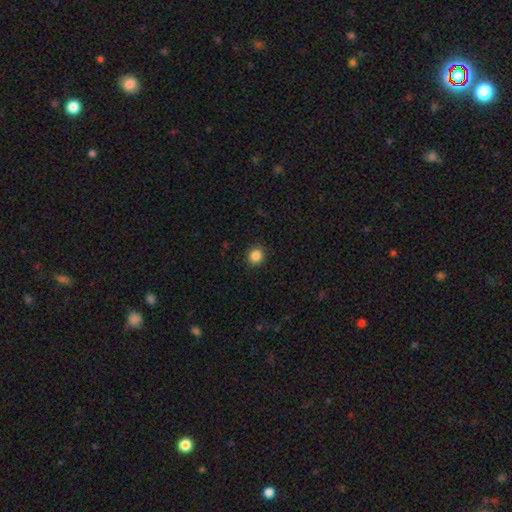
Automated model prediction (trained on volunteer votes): smooth_or_featured: smooth (p=0.86) [alt: star or artifact p=0.10]
how_rounded: round (p=0.88) [alt: in between p=0.11]
merging: none (p=0.91) [alt: minor disturbance p=0.06]